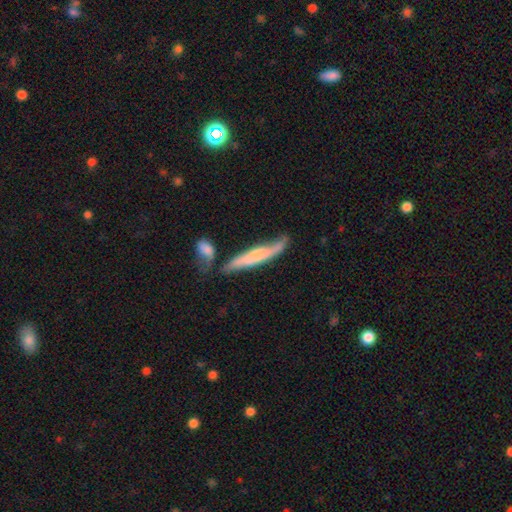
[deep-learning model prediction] Smooth or featured? featured or disk (51%)
Edge-on disk? yes (66%)
Merging? none (46%)